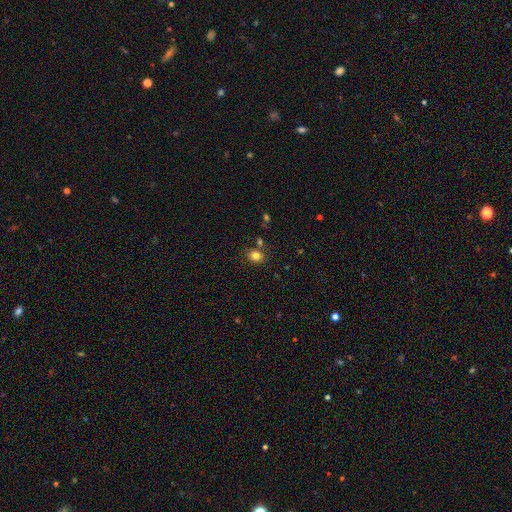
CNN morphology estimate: Smooth or featured? Predicted: smooth (p=0.81). How rounded? Predicted: round (p=0.58). Merging? Predicted: none (p=0.80).